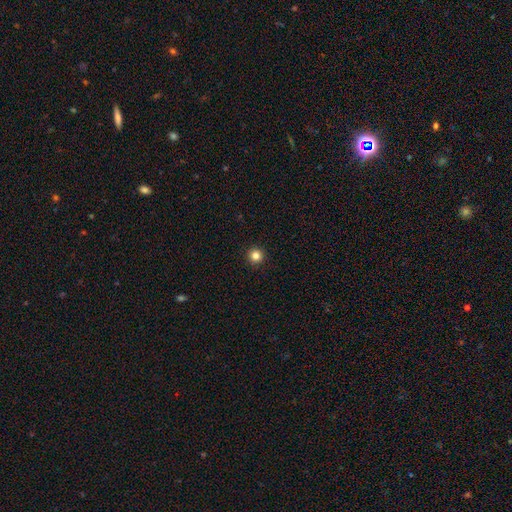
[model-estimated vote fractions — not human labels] smooth-or-featured: smooth: 83% | star or artifact: 12% | featured or disk: 4%
  how-rounded: round: 96% | in between: 3% | cigar-shaped: 1%
  merging: none: 94% | minor disturbance: 4% | major disturbance: 1% | merger: 1%